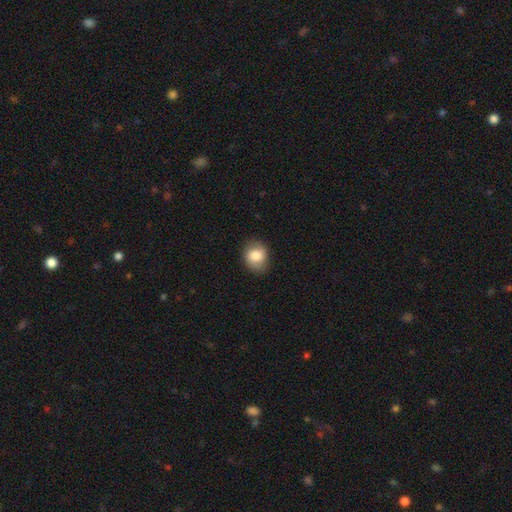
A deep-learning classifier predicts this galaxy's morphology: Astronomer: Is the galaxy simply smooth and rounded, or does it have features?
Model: smooth — 80%.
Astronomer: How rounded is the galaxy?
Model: round — 59% (runner-up: in between, 40%).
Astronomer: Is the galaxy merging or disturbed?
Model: none — 78%.